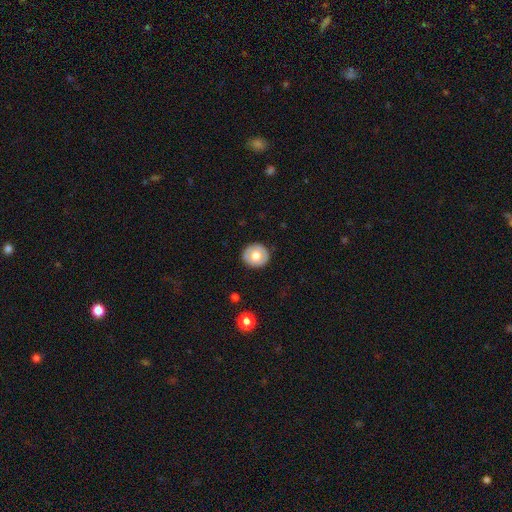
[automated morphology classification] A smooth galaxy with no disk features (63%) that is round (84%).

Vote fractions:
- Smooth or featured? smooth: 63% / featured or disk: 30% / star or artifact: 7%
- How rounded? round: 84% / in between: 15% / cigar-shaped: 1%
- Merging? none: 88% / minor disturbance: 8% / major disturbance: 2% / merger: 1%